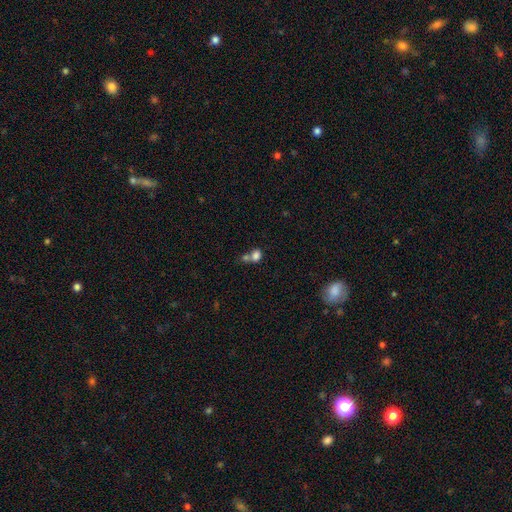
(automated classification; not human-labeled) smooth_or_featured: smooth (p=0.79) [alt: star or artifact p=0.12]
how_rounded: in between (p=0.51) [alt: round p=0.48]
merging: merger (p=0.53) [alt: none p=0.33]